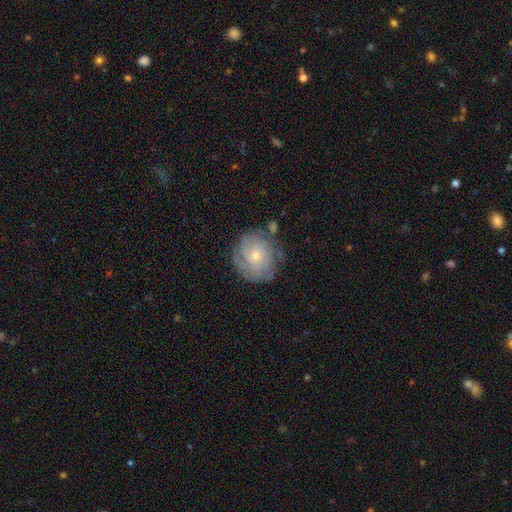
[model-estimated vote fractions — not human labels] Smooth or featured: featured or disk — 70% (smooth — 23%)
Edge-on disk: no — 97% (yes — 3%)
Bar: no — 73% (weak — 23%)
Spiral arms: yes — 89% (no — 11%)
Spiral winding: tight — 72% (medium — 22%)
Spiral arm count: can't tell — 44% (3 — 18%)
Bulge size: small — 65% (moderate — 32%)
Merging: none — 74% (minor disturbance — 16%)